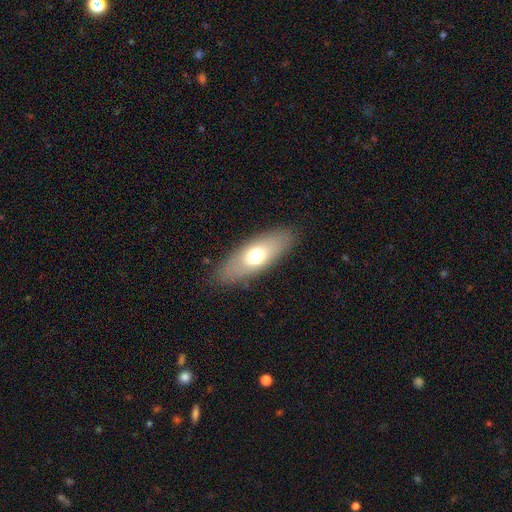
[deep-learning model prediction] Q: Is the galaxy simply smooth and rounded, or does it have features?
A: smooth — 62%.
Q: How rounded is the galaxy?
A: in between — 72%.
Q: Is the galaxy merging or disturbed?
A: none — 85%.